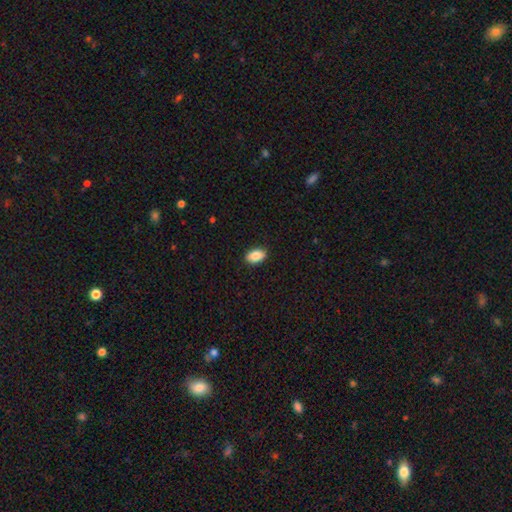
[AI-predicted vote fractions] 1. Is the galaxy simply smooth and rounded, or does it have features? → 86% smooth, 7% star or artifact, 7% featured or disk.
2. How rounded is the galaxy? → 91% in between, 7% round, 2% cigar-shaped.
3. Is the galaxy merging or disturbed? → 88% none, 9% minor disturbance, 2% major disturbance, 1% merger.